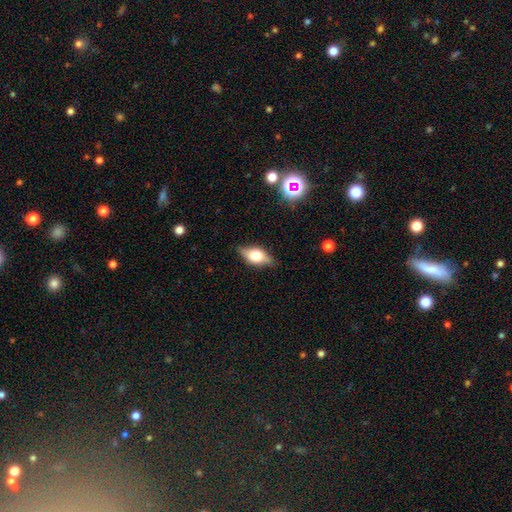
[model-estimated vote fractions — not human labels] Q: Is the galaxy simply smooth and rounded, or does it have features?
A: smooth — 55%.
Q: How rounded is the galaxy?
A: in between — 83%.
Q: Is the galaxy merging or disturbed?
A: none — 80%.